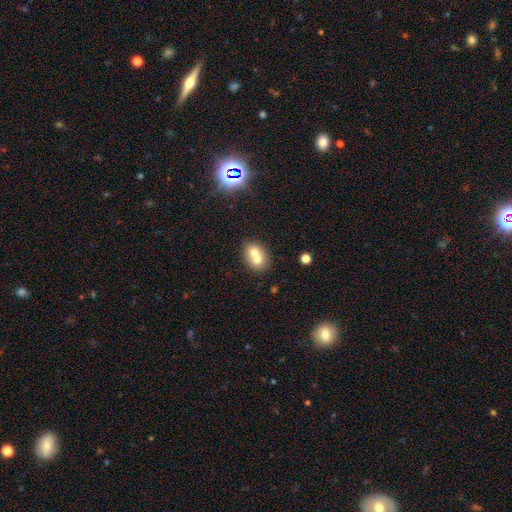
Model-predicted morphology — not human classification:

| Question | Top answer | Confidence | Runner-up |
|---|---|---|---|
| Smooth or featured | smooth | 65% | featured or disk (24%) |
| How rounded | round | 58% | in between (42%) |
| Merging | merger | 67% | none (25%) |